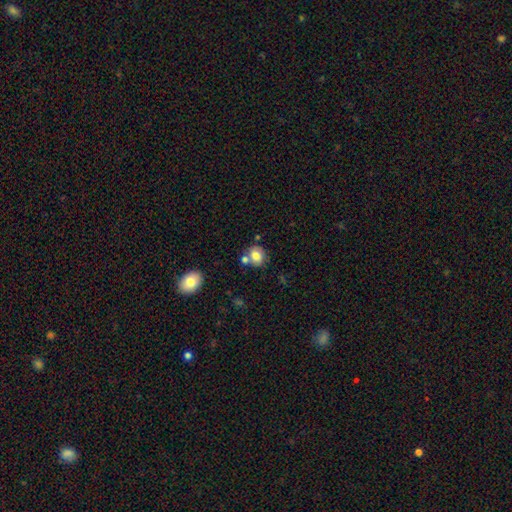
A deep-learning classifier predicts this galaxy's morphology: smooth 76%, featured or disk 14%, star or artifact 10%. Down the decision tree: how rounded — round (72%); merging — none (60%).